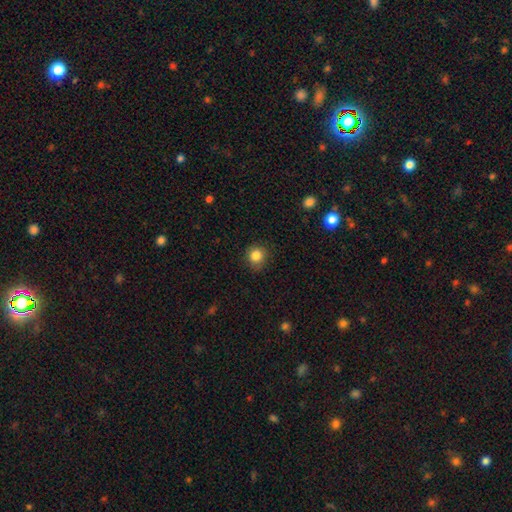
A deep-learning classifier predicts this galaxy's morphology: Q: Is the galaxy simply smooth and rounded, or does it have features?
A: smooth — 85%.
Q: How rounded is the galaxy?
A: round — 86%.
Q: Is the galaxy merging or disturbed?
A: none — 85%.